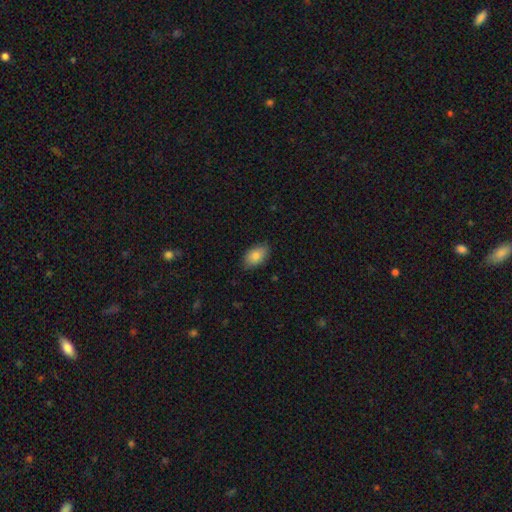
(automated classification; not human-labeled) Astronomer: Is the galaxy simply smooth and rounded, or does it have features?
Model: smooth — 84%.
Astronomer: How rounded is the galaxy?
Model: in between — 91%.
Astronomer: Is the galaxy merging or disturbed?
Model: none — 85%.